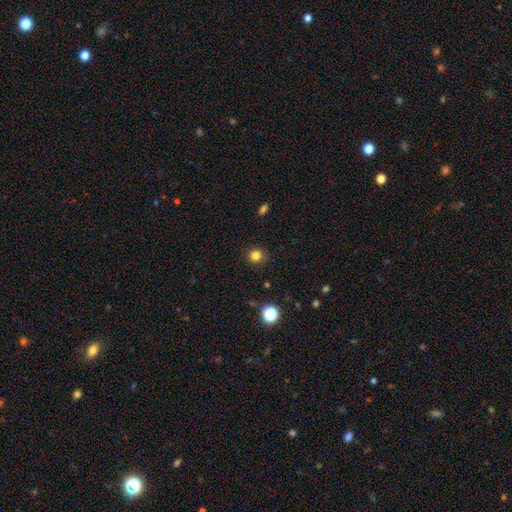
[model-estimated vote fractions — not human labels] A smooth galaxy with no disk features (81%) that is round (87%).

Vote fractions:
- Smooth or featured? smooth: 81% / star or artifact: 14% / featured or disk: 5%
- How rounded? round: 87% / in between: 12% / cigar-shaped: 1%
- Merging? none: 88% / minor disturbance: 8% / major disturbance: 2% / merger: 1%